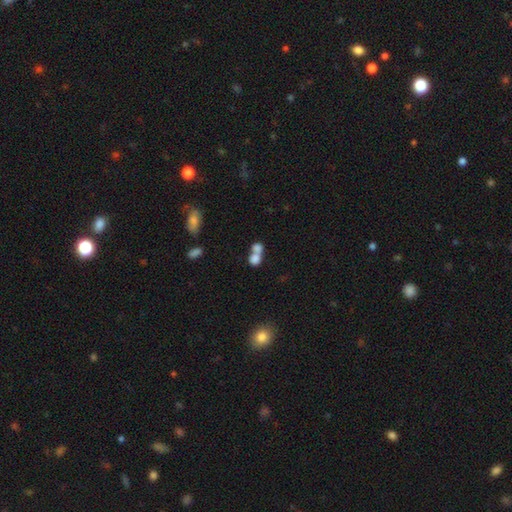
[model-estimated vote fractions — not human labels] Morphology: type=smooth (77%); roundness=round (55%); merging=merger (69%).